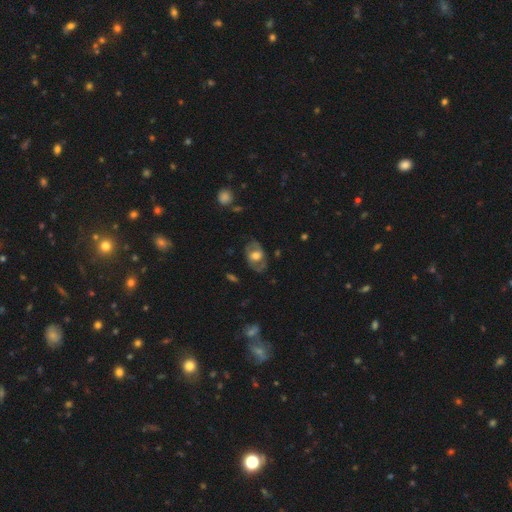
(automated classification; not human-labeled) This appears to be a featured or disk galaxy (56%) with no bar (58%), no spiral arms (52%) and a moderate central bulge (56%). Merging: none (69%).